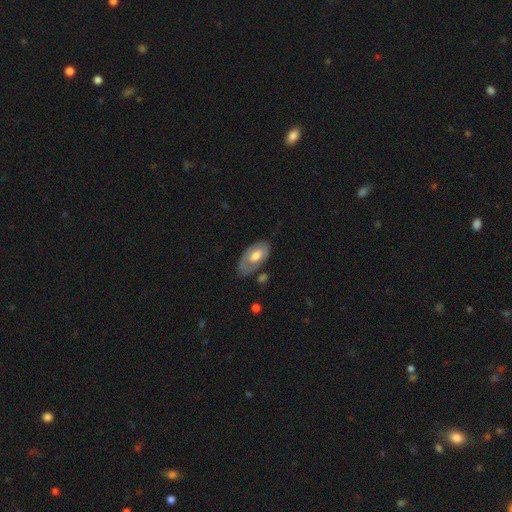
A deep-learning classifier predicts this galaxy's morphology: Smooth or featured?
  - smooth: 50% *
  - featured or disk: 44%
  - star or artifact: 5%
How rounded?
  - in between: 93% *
  - round: 4%
  - cigar-shaped: 3%
Merging?
  - none: 63% *
  - minor disturbance: 24%
  - major disturbance: 8%
  - merger: 4%